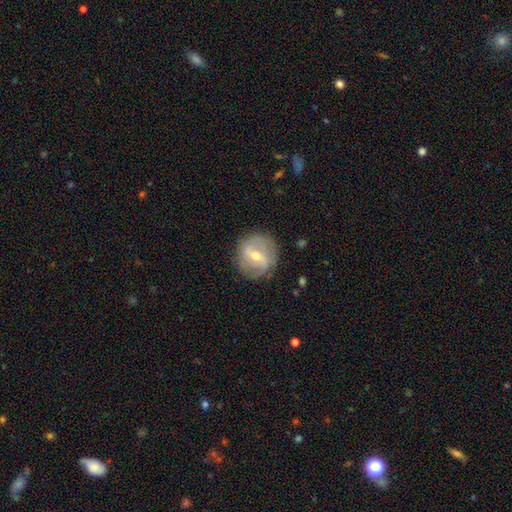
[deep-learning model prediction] Q: Smooth or featured?
A: featured or disk (70%); runner-up: smooth (23%)
Q: Edge-on disk?
A: no (95%); runner-up: yes (5%)
Q: Bar?
A: weak (47%); runner-up: strong (35%)
Q: Spiral arms?
A: yes (75%); runner-up: no (25%)
Q: Spiral winding?
A: medium (39%); runner-up: tight (32%)
Q: Spiral arm count?
A: 2 (62%); runner-up: can't tell (22%)
Q: Bulge size?
A: moderate (55%); runner-up: small (41%)
Q: Merging?
A: none (81%); runner-up: minor disturbance (13%)